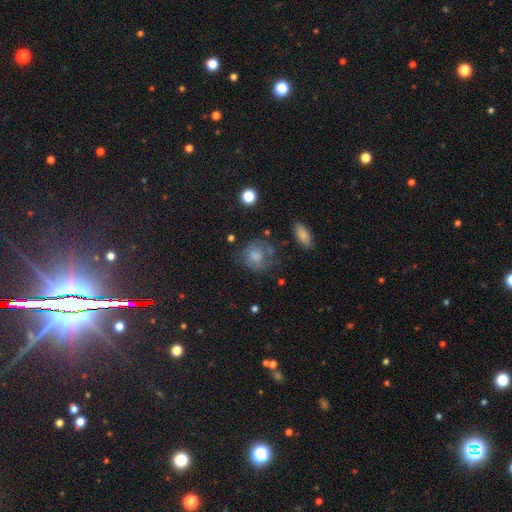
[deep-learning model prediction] Smooth or featured: smooth — 47% (featured or disk — 41%)
Merging: none — 49% (minor disturbance — 24%)